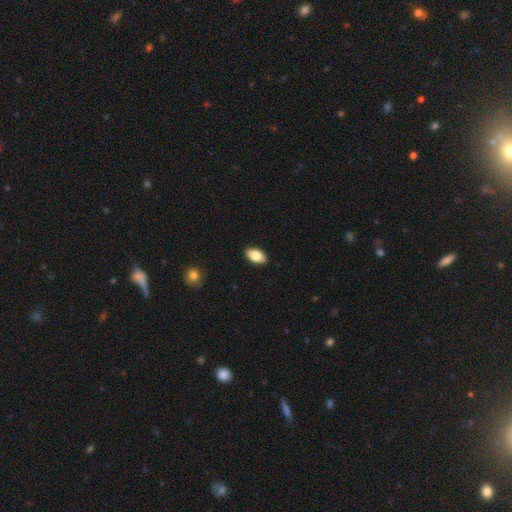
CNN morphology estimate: This is clearly a smooth galaxy (83%). How rounded: clearly in between (93%). Merging: clearly none (90%).